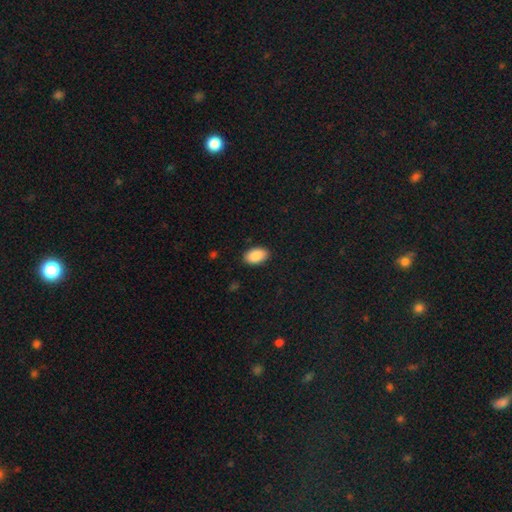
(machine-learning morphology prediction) A smooth galaxy with no disk features (89%) that is in between round and cigar-shaped (93%). Merging: none (89%).